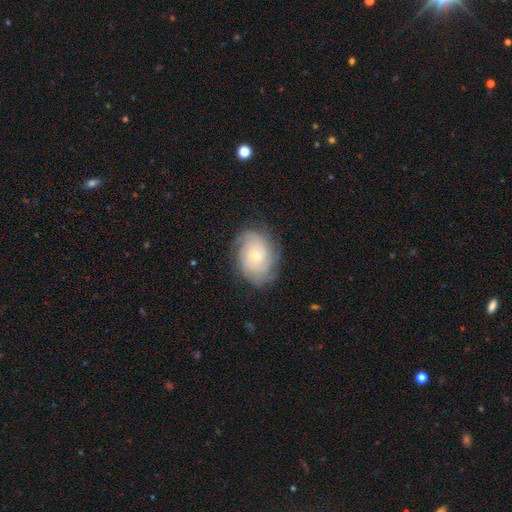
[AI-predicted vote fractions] A featured or disk galaxy (72%) with no bar (76%), tight (68%) spiral arms (93%) and a small central bulge (70%).

Vote fractions:
- Smooth or featured? featured or disk: 72% / smooth: 21% / star or artifact: 7%
- Edge-on disk? no: 97% / yes: 3%
- Bar? no: 76% / weak: 21% / strong: 3%
- Spiral arms? yes: 93% / no: 7%
- Spiral winding? tight: 68% / medium: 25% / loose: 7%
- Spiral arm count? can't tell: 38% / 2: 21% / 3: 18% / 4: 11% / more than 4: 6% / 1: 6%
- Bulge size? small: 70% / moderate: 25% / large: 2% / none: 2% / dominant: 1%
- Merging? none: 77% / minor disturbance: 16% / major disturbance: 6% / merger: 1%